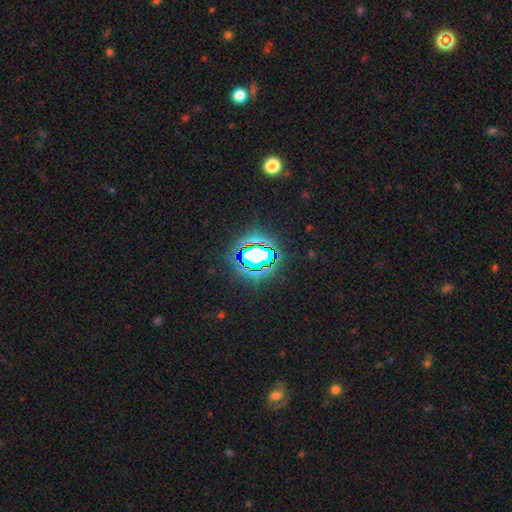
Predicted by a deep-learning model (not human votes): Smooth or featured?
  - star or artifact: 69% *
  - smooth: 19%
  - featured or disk: 12%